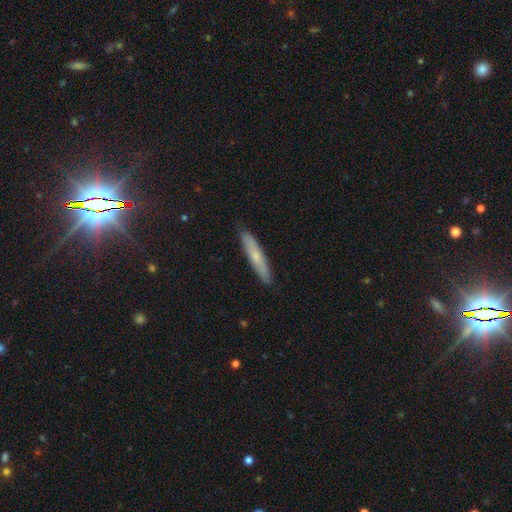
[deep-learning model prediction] Smooth or featured? smooth (55%)
How rounded? cigar-shaped (90%)
Merging? none (88%)